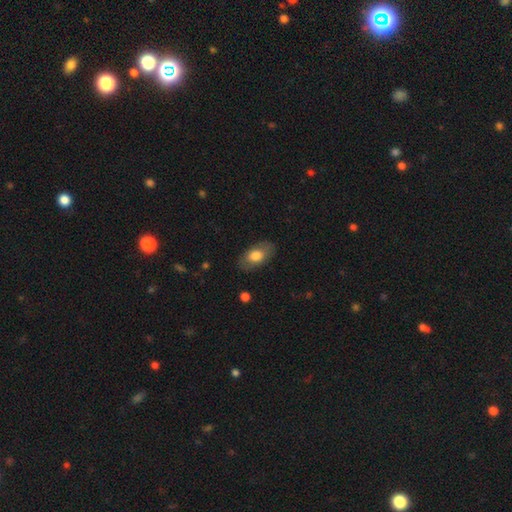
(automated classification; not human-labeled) smooth_or_featured: smooth (p=0.72) [alt: featured or disk p=0.21]
how_rounded: in between (p=0.92) [alt: round p=0.06]
merging: none (p=0.82) [alt: minor disturbance p=0.13]